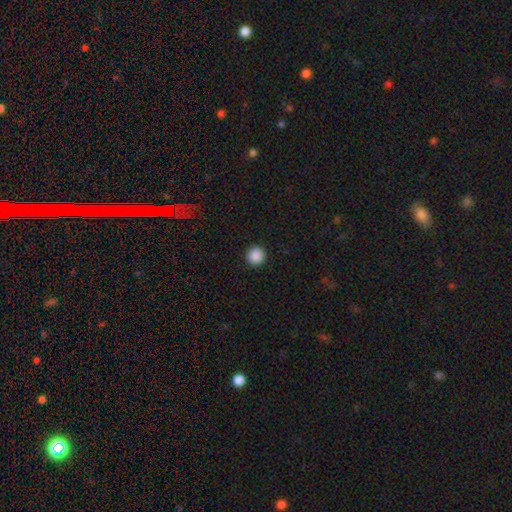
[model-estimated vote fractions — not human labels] This appears to be a smooth galaxy with no disk features (89%) that is round (96%). Merging: none (93%).